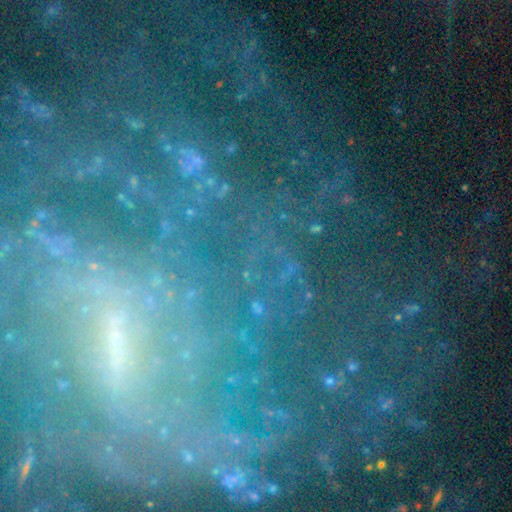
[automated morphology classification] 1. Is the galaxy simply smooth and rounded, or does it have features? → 48% featured or disk, 38% star or artifact, 14% smooth.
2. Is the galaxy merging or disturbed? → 68% none, 15% minor disturbance, 13% major disturbance, 4% merger.